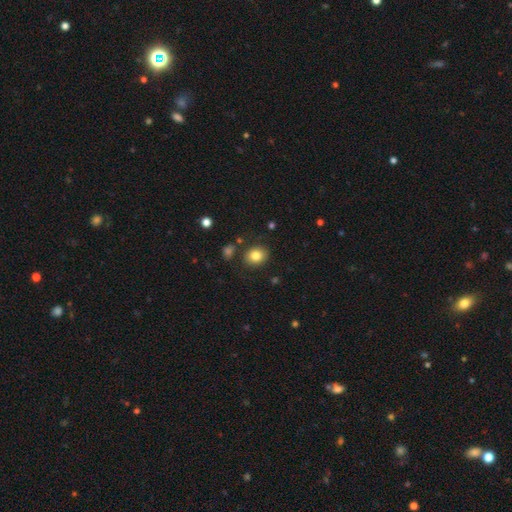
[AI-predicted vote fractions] A smooth galaxy with no disk features (83%) that is round (58%). Merging: none (85%).